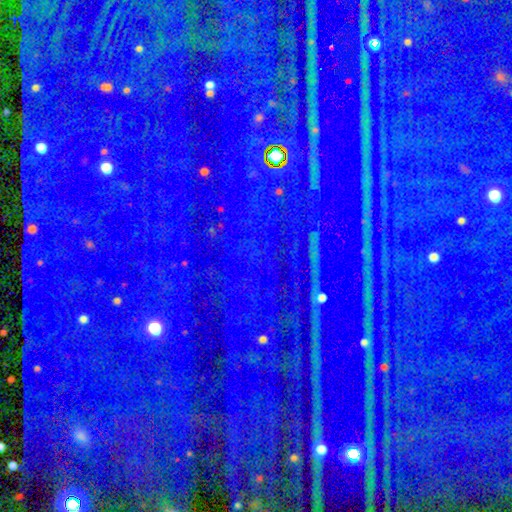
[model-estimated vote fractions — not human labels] Smooth or featured? Predicted: star or artifact (p=0.82).